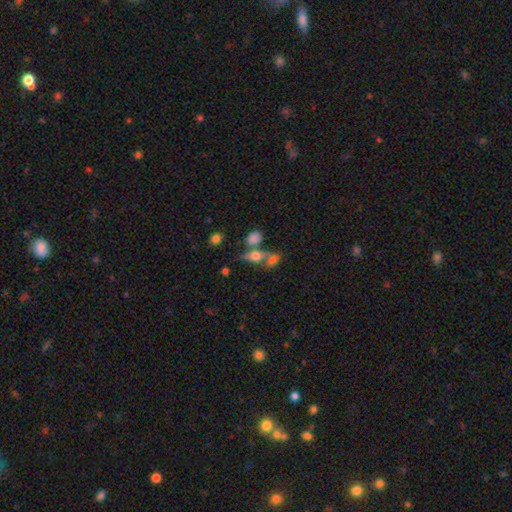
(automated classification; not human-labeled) smooth_or_featured: smooth (p=0.60) [alt: featured or disk p=0.27]
how_rounded: in between (p=0.58) [alt: round p=0.31]
merging: merger (p=0.41) [alt: none p=0.39]